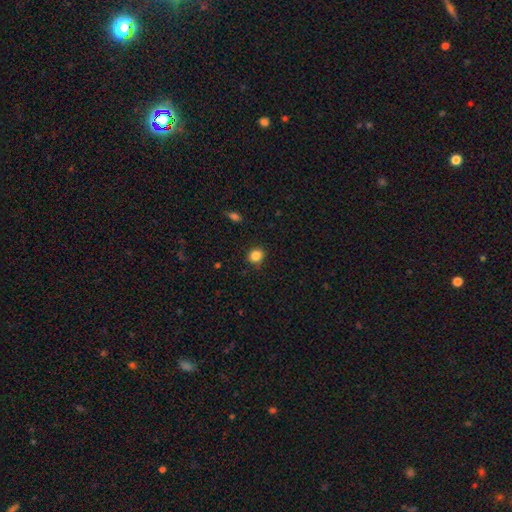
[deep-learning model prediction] Q: Smooth or featured?
A: smooth (86%); runner-up: star or artifact (11%)
Q: How rounded?
A: round (78%); runner-up: in between (21%)
Q: Merging?
A: none (89%); runner-up: minor disturbance (8%)